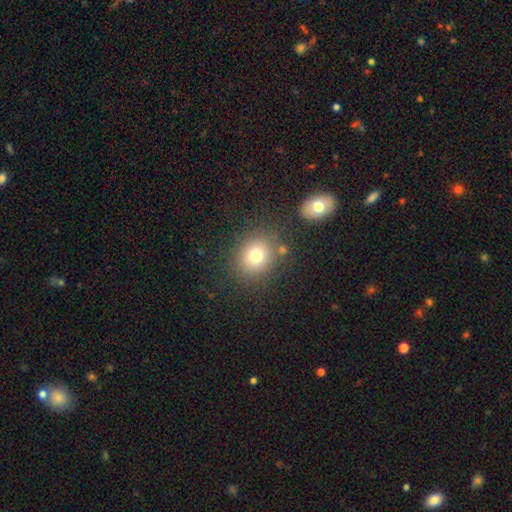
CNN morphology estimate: Smooth or featured?
  - smooth: 75% *
  - star or artifact: 14%
  - featured or disk: 11%
How rounded?
  - round: 69% *
  - in between: 30%
  - cigar-shaped: 1%
Merging?
  - none: 78% *
  - minor disturbance: 11%
  - merger: 6%
  - major disturbance: 5%